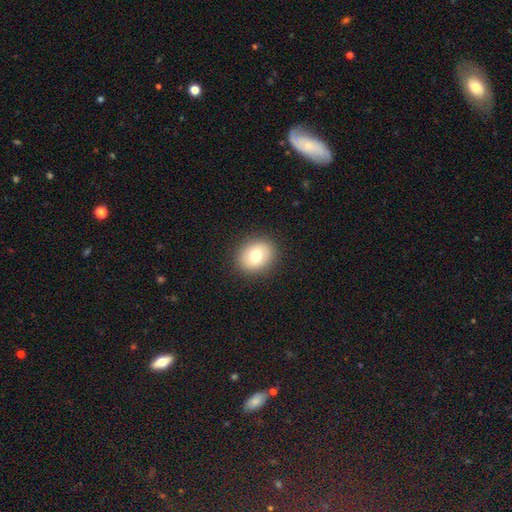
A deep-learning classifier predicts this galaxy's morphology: Smooth or featured? smooth (73%)
How rounded? round (64%)
Merging? none (89%)